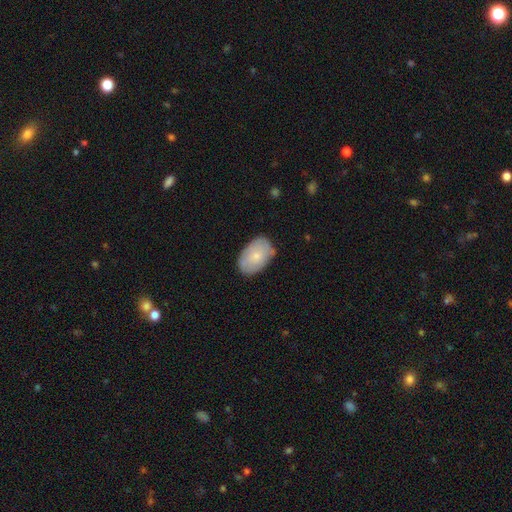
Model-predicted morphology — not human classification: smooth 72%, featured or disk 22%, star or artifact 6%. Down the decision tree: how rounded — in between (90%); merging — none (77%).